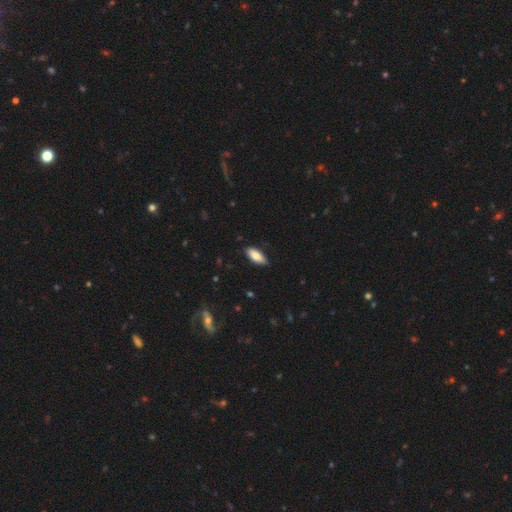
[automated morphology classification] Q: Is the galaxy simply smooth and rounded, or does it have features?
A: smooth — 79%.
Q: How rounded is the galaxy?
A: in between — 78%.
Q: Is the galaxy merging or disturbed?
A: none — 86%.